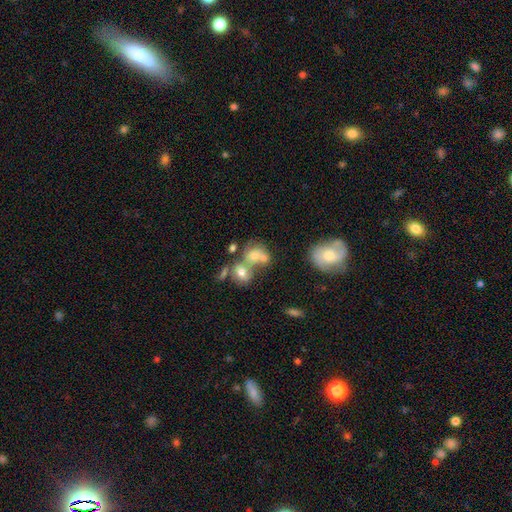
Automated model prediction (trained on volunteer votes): Smooth or featured? smooth (64%)
How rounded? round (50%)
Merging? merger (58%)